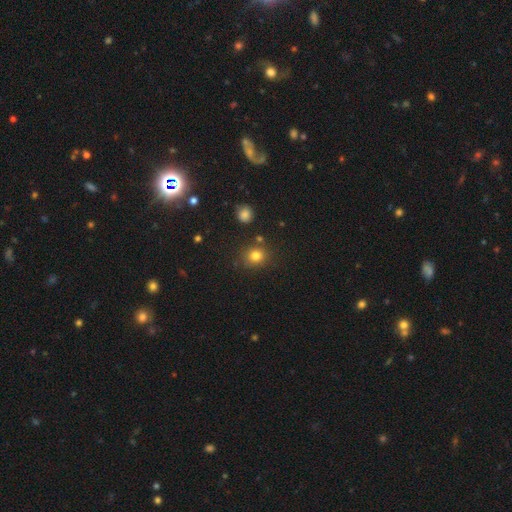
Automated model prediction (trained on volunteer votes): A smooth galaxy with no disk features (80%) that is round (78%).

Vote fractions:
- Smooth or featured? smooth: 80% / star or artifact: 14% / featured or disk: 6%
- How rounded? round: 78% / in between: 21% / cigar-shaped: 1%
- Merging? none: 80% / minor disturbance: 11% / merger: 6% / major disturbance: 3%